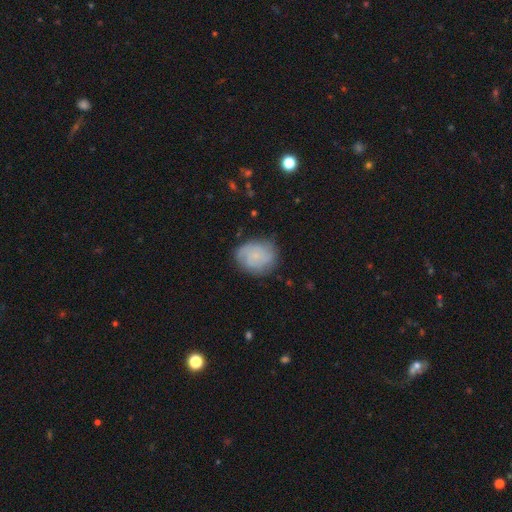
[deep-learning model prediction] Morphology: type=featured or disk (54%); edge-on=no (98%); bar=no (76%); spiral arms=yes (89%); bulge=small (65%); merging=none (76%).